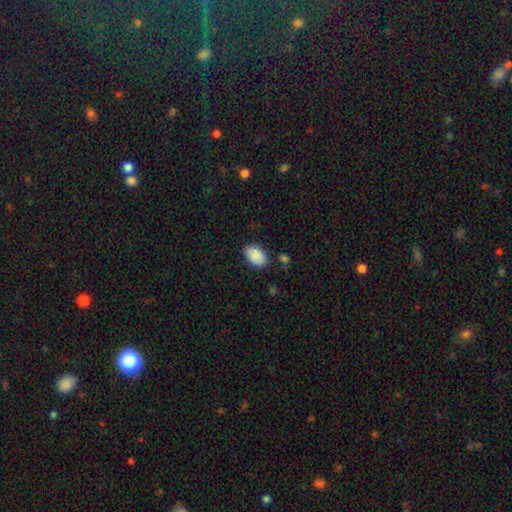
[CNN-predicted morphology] Smooth or featured? Predicted: smooth (p=0.89). How rounded? Predicted: in between (p=0.89). Merging? Predicted: none (p=0.79).